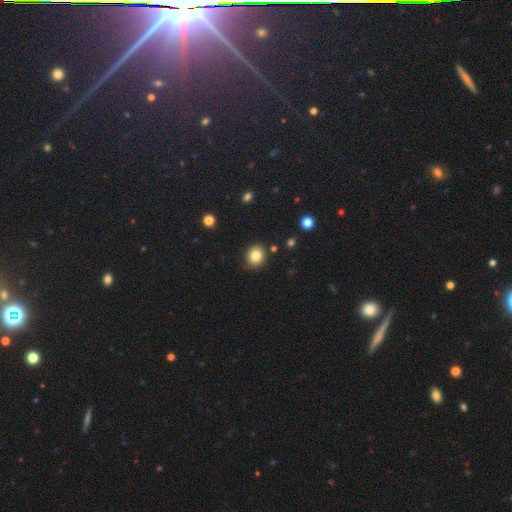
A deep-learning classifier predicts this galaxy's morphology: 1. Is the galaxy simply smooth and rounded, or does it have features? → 82% smooth, 11% star or artifact, 7% featured or disk.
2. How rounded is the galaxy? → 79% round, 21% in between, 1% cigar-shaped.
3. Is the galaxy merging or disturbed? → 83% none, 12% minor disturbance, 2% merger, 2% major disturbance.